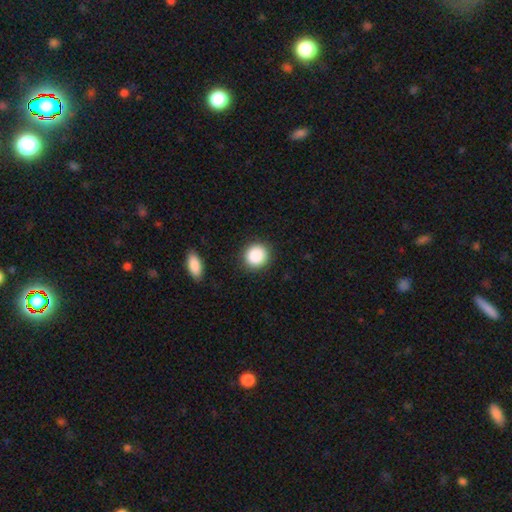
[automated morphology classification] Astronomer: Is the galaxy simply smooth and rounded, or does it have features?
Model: smooth — 88%.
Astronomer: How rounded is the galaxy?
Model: round — 89%.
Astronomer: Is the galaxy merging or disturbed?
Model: none — 90%.